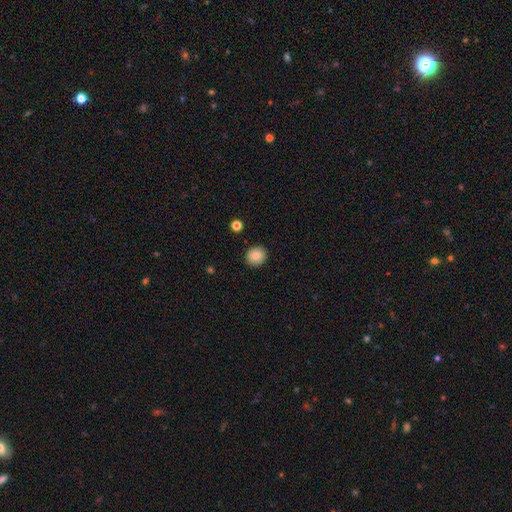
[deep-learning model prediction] smooth-or-featured: smooth: 85% | star or artifact: 8% | featured or disk: 6%
  how-rounded: round: 85% | in between: 14% | cigar-shaped: 1%
  merging: none: 90% | minor disturbance: 7% | major disturbance: 2% | merger: 1%